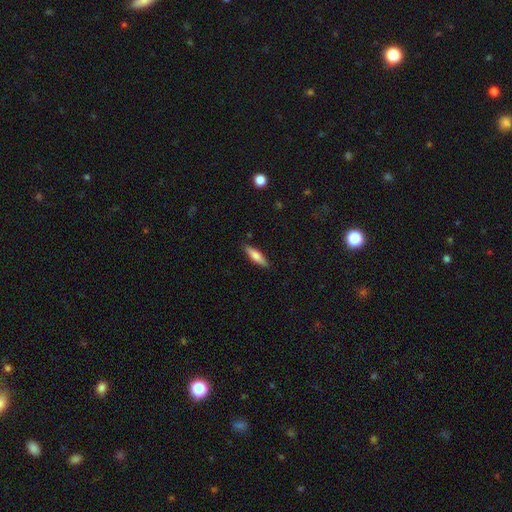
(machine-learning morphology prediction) Smooth or featured? smooth (68%)
How rounded? cigar-shaped (69%)
Merging? none (87%)